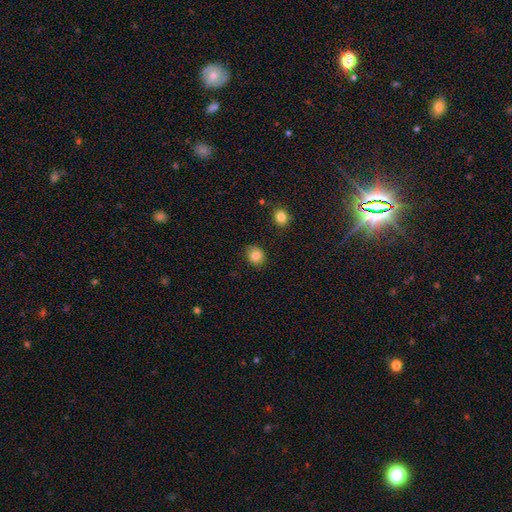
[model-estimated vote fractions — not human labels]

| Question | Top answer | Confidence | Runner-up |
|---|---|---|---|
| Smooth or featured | smooth | 84% | star or artifact (10%) |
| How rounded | round | 68% | in between (31%) |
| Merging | none | 80% | minor disturbance (15%) |